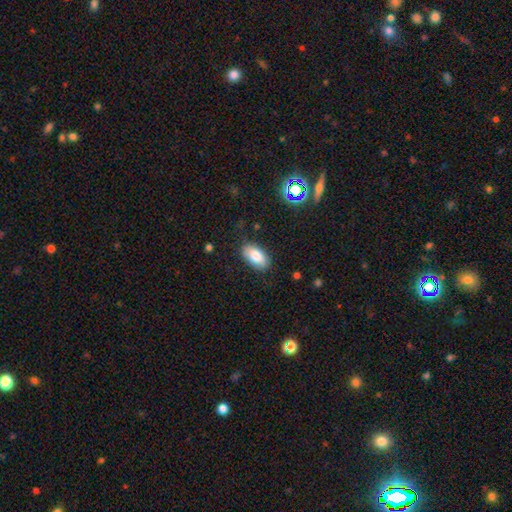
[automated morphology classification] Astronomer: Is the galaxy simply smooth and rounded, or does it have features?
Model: smooth — 79%.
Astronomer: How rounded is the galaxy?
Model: in between — 93%.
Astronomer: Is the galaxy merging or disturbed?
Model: none — 84%.